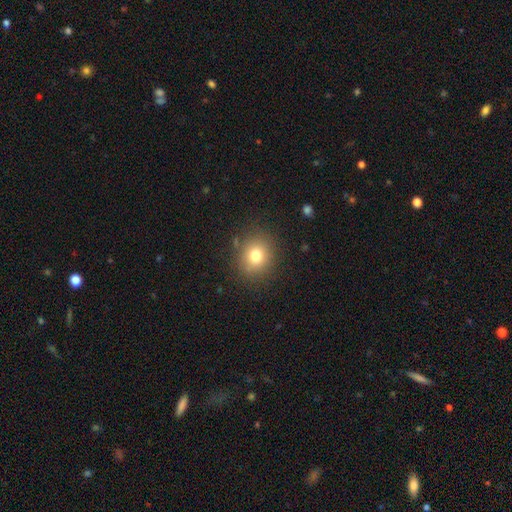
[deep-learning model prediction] Smooth or featured?
  - smooth: 76% *
  - star or artifact: 14%
  - featured or disk: 10%
How rounded?
  - round: 81% *
  - in between: 18%
  - cigar-shaped: 1%
Merging?
  - none: 86% *
  - minor disturbance: 9%
  - major disturbance: 4%
  - merger: 2%